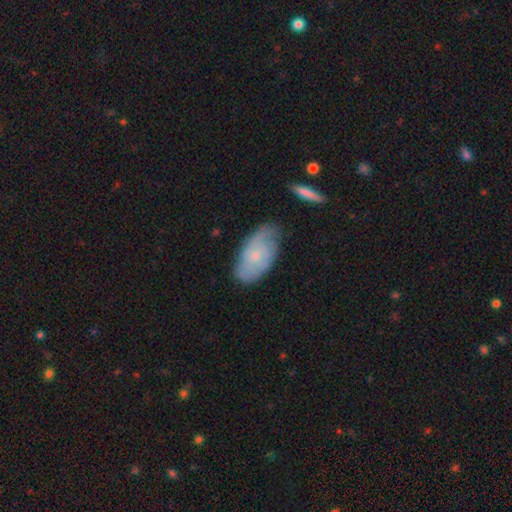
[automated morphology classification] This is possibly a smooth galaxy (48%). Merging: likely none (64%).